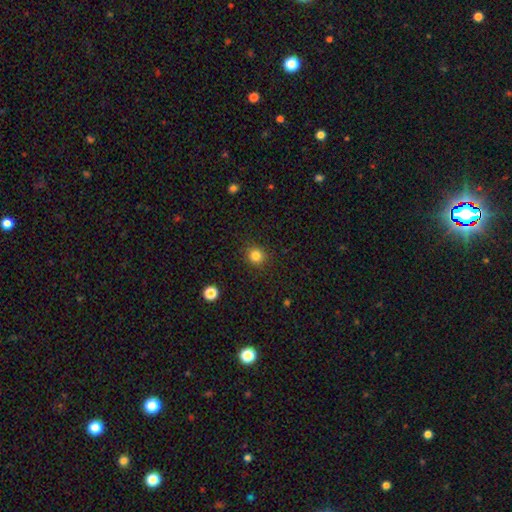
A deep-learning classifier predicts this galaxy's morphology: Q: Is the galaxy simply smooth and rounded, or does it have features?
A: smooth — 83%.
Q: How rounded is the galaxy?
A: round — 90%.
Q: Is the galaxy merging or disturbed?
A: none — 90%.